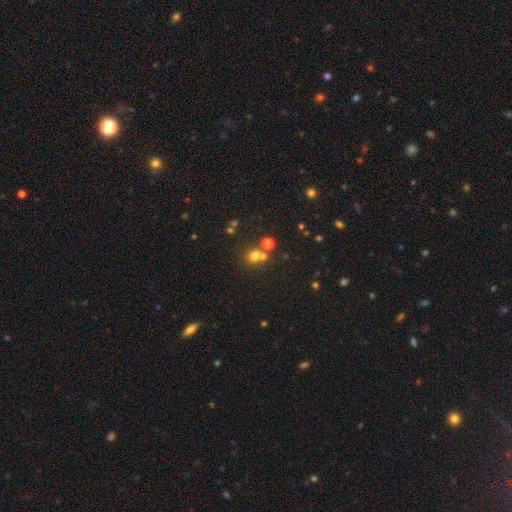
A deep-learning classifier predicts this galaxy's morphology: smooth_or_featured: smooth (p=0.67) [alt: star or artifact p=0.22]
how_rounded: round (p=0.82) [alt: in between p=0.17]
merging: none (p=0.55) [alt: merger p=0.33]